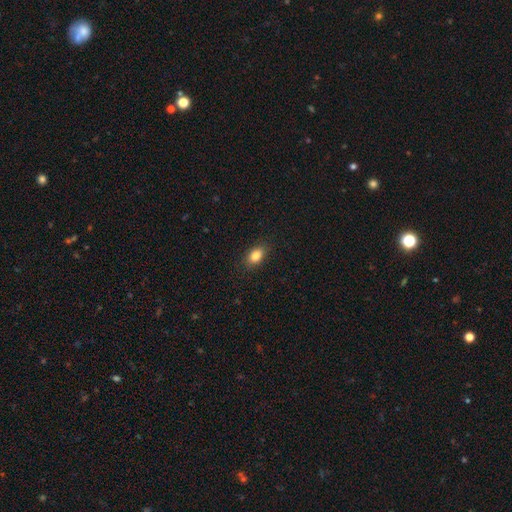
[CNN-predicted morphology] smooth_or_featured: smooth (p=0.85) [alt: star or artifact p=0.09]
how_rounded: in between (p=0.82) [alt: round p=0.16]
merging: none (p=0.87) [alt: minor disturbance p=0.09]